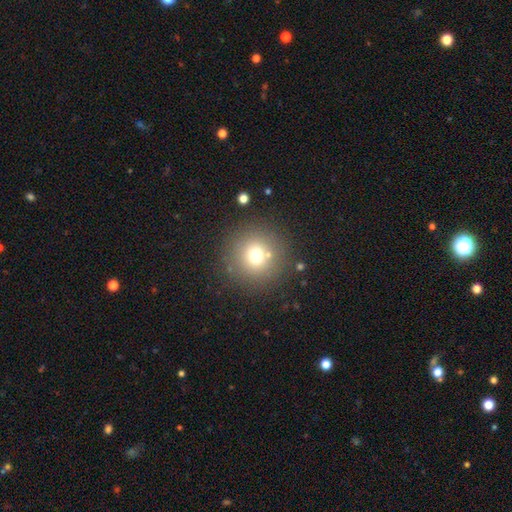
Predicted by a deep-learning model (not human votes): Overall: smooth (71%). How rounded: round (95%). Merging: none (84%).